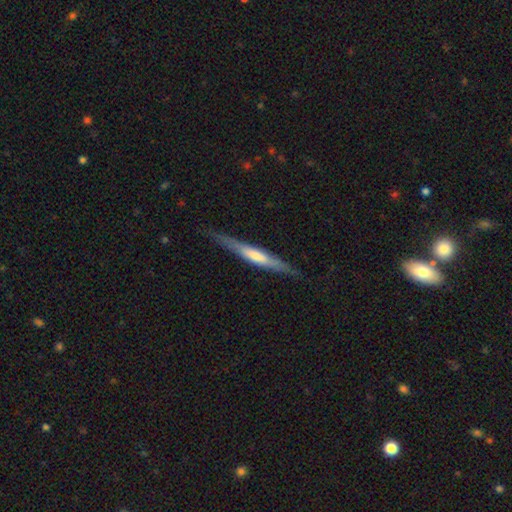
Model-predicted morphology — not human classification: type=featured or disk (60%); edge-on=yes (93%); edge-on bulge=rounded (44%); merging=none (82%).